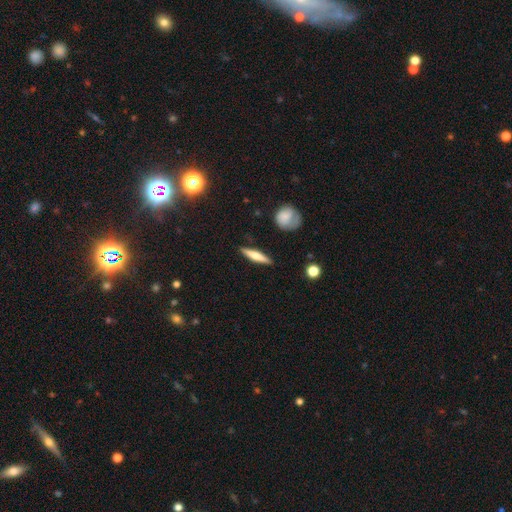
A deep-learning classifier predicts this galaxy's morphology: A smooth galaxy with no disk features (53%) that is cigar-shaped (85%).

Vote fractions:
- Smooth or featured? smooth: 53% / featured or disk: 41% / star or artifact: 6%
- How rounded? cigar-shaped: 85% / in between: 12% / round: 3%
- Merging? none: 88% / minor disturbance: 8% / major disturbance: 2% / merger: 2%